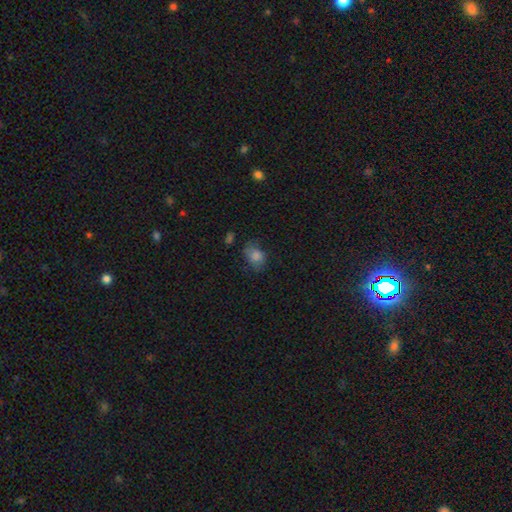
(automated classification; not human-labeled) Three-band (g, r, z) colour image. It shows a smooth galaxy with no disk features (78%) that is in between round and cigar-shaped (67%). Merging: none (56%).